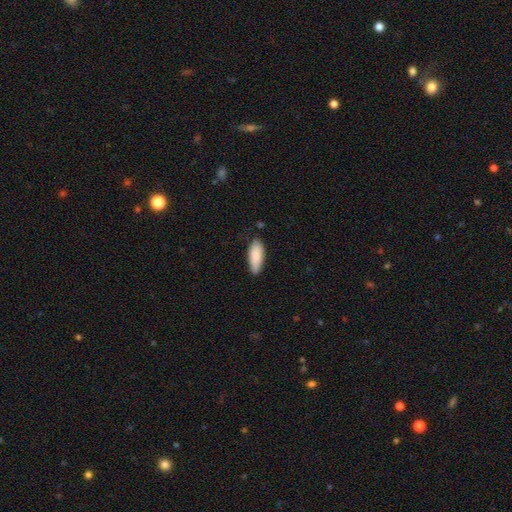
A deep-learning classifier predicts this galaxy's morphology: Smooth or featured?
  - smooth: 87% *
  - featured or disk: 7%
  - star or artifact: 6%
How rounded?
  - in between: 70% *
  - cigar-shaped: 28%
  - round: 2%
Merging?
  - none: 74% *
  - minor disturbance: 21%
  - major disturbance: 3%
  - merger: 2%